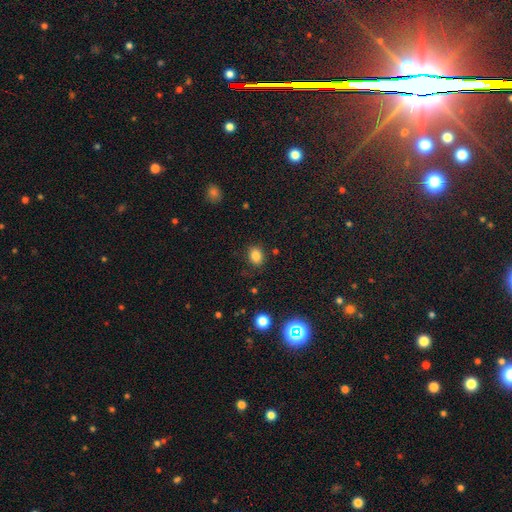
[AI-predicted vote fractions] This is clearly a smooth galaxy (82%). How rounded: possibly in between (52%). Merging: clearly none (82%).